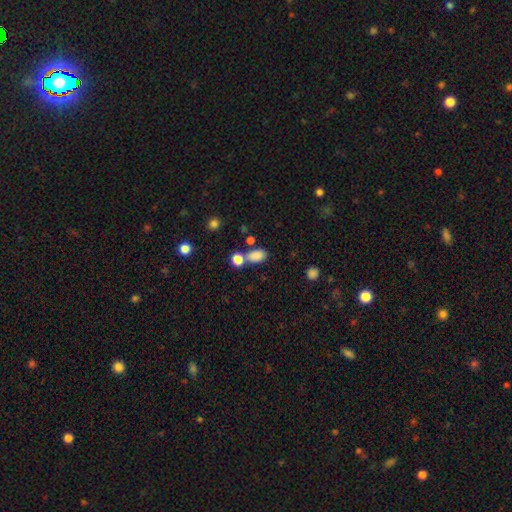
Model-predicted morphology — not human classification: A smooth galaxy with no disk features (84%) that is in between round and cigar-shaped (85%).

Vote fractions:
- Smooth or featured? smooth: 84% / star or artifact: 11% / featured or disk: 5%
- How rounded? in between: 85% / round: 13% / cigar-shaped: 2%
- Merging? none: 57% / merger: 27% / minor disturbance: 12% / major disturbance: 5%